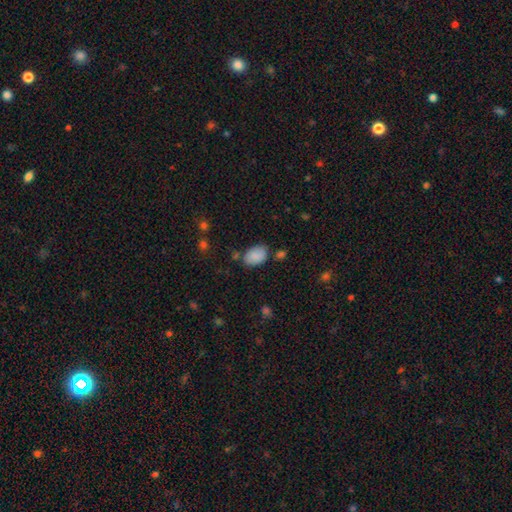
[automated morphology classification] The model was most divided on "merging": none: 72%, minor disturbance: 17%, merger: 6%, major disturbance: 4%. More confident: how rounded — in between (85%); smooth or featured — smooth (85%).